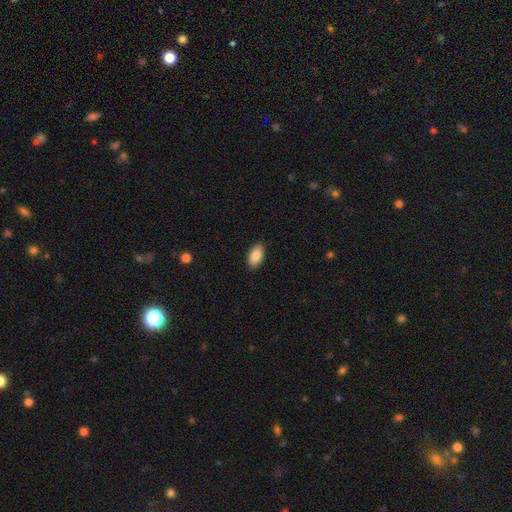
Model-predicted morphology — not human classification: This is clearly a smooth galaxy (88%). How rounded: clearly in between (94%). Merging: clearly none (87%).